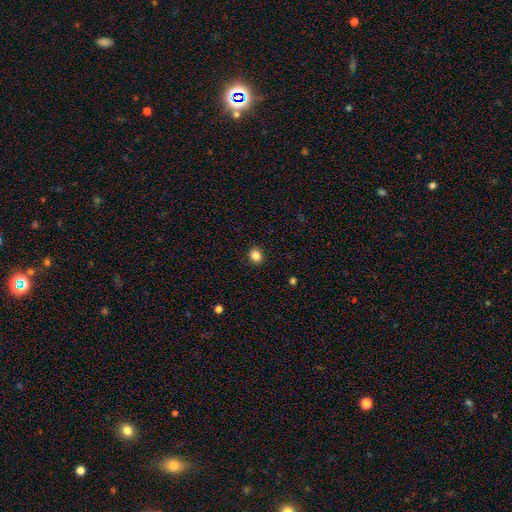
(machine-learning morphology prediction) This is clearly a smooth galaxy (85%). How rounded: clearly round (87%). Merging: clearly none (93%).